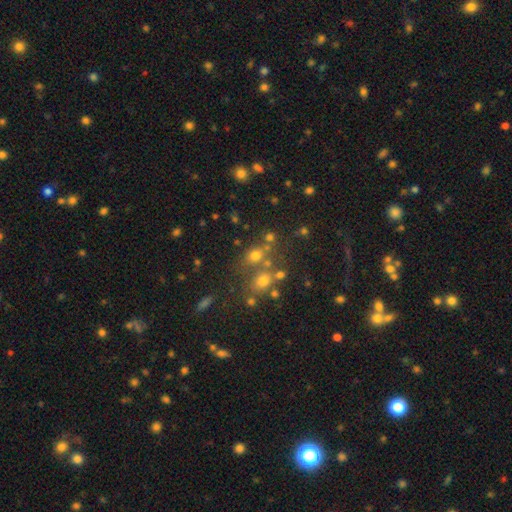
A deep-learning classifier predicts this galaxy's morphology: Smooth or featured?
  - smooth: 60% *
  - star or artifact: 26%
  - featured or disk: 14%
How rounded?
  - round: 69% *
  - in between: 29%
  - cigar-shaped: 2%
Merging?
  - none: 55% *
  - merger: 27%
  - minor disturbance: 11%
  - major disturbance: 6%